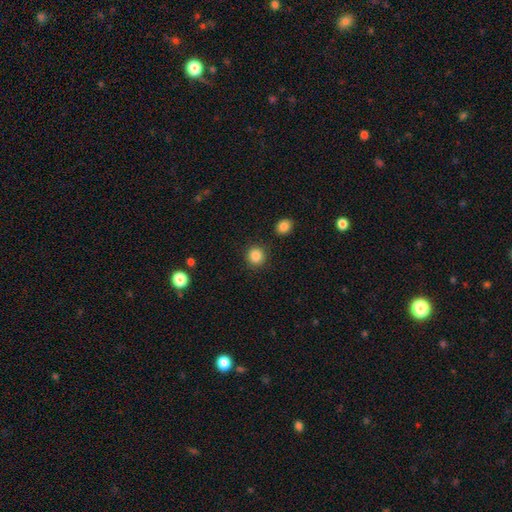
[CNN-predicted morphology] Smooth or featured? smooth (87%)
How rounded? round (91%)
Merging? none (89%)